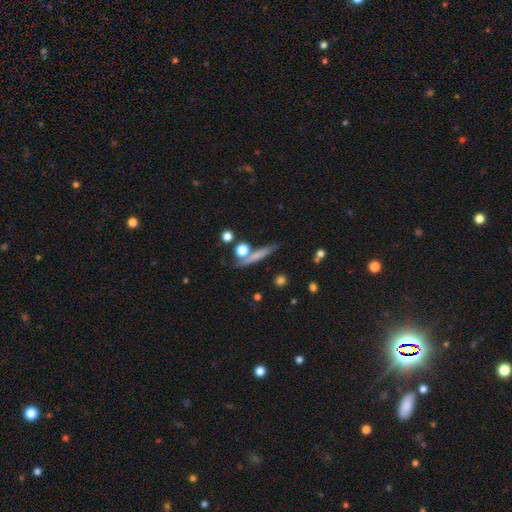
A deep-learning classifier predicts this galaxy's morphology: Smooth or featured?
  - smooth: 58% *
  - featured or disk: 32%
  - star or artifact: 10%
How rounded?
  - cigar-shaped: 78% *
  - round: 12%
  - in between: 10%
Merging?
  - none: 73% *
  - minor disturbance: 12%
  - merger: 11%
  - major disturbance: 4%